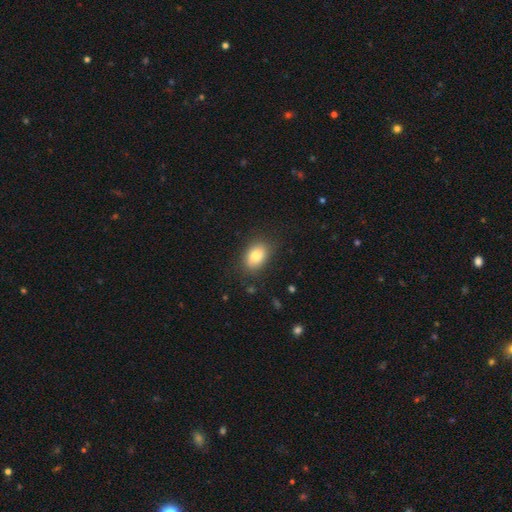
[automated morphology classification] The model was most divided on "how rounded": in between: 82%, round: 17%, cigar-shaped: 1%. More confident: merging — none (82%); smooth or featured — smooth (81%).